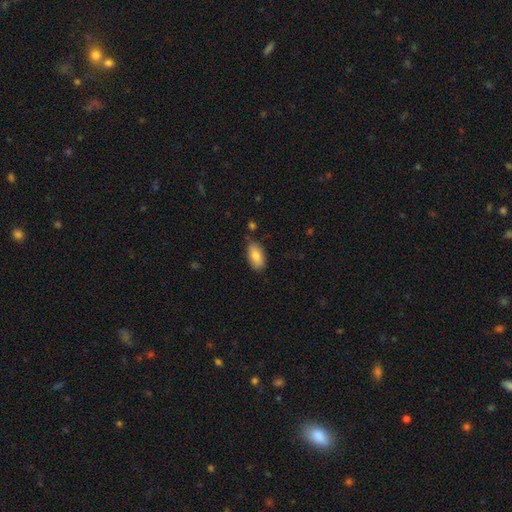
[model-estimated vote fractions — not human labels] Smooth or featured? Predicted: smooth (p=0.82). How rounded? Predicted: in between (p=0.91). Merging? Predicted: none (p=0.80).